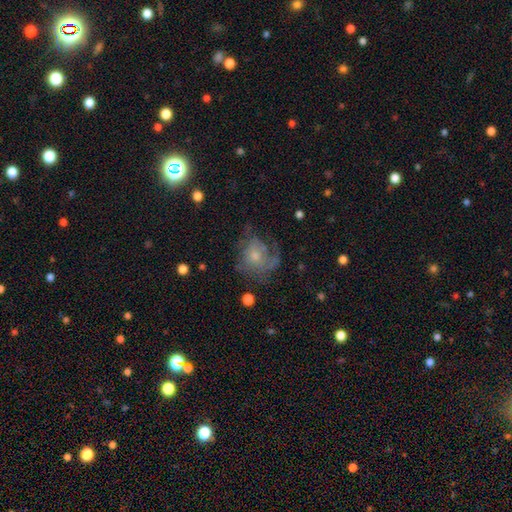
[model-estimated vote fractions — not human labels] smooth-or-featured: featured or disk: 57% | smooth: 32% | star or artifact: 11%
  disk-edge-on: no: 97% | yes: 3%
    bar: no: 81% | weak: 17% | strong: 2%
    has-spiral-arms: yes: 72% | no: 28%
    bulge-size: moderate: 45% | small: 44% | large: 5% | none: 5% | dominant: 1%
  merging: none: 47% | major disturbance: 30% | minor disturbance: 21% | merger: 2%